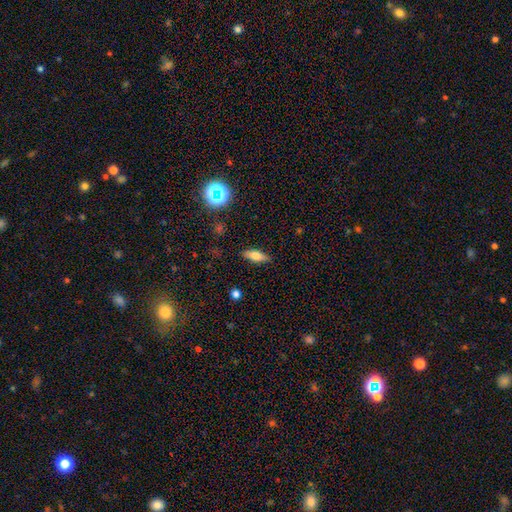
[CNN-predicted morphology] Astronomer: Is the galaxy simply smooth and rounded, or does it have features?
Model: smooth — 64%.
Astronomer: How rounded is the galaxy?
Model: in between — 61%.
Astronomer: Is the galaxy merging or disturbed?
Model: none — 87%.